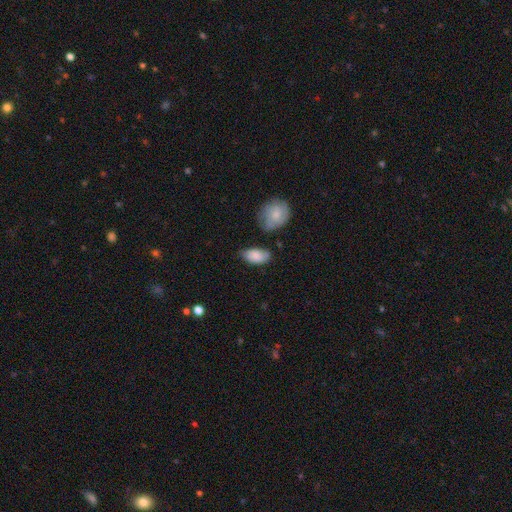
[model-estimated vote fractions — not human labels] smooth_or_featured: smooth (p=0.80) [alt: featured or disk p=0.13]
how_rounded: in between (p=0.92) [alt: round p=0.05]
merging: none (p=0.59) [alt: minor disturbance p=0.28]